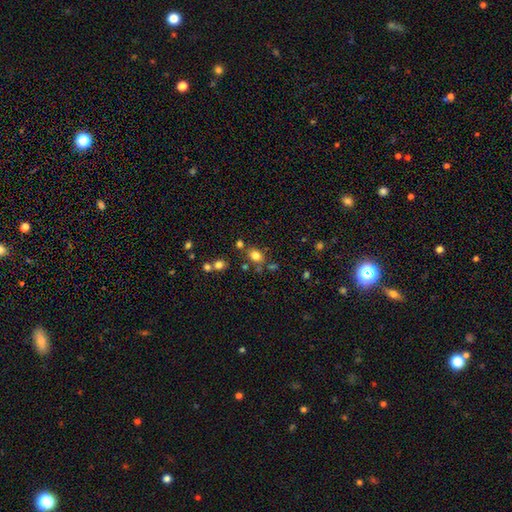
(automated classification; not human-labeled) Smooth or featured? smooth (78%)
How rounded? in between (56%)
Merging? none (71%)